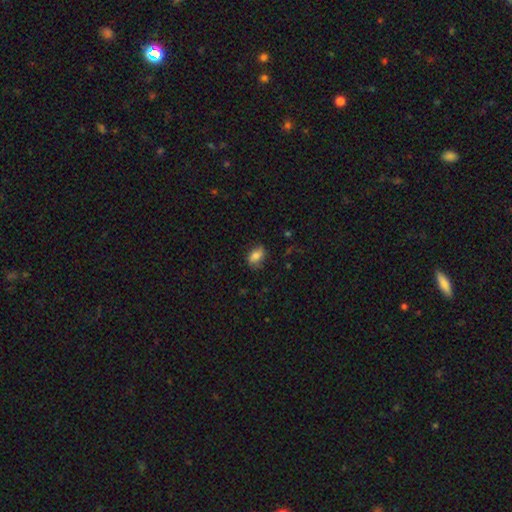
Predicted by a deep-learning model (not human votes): Smooth or featured? Predicted: smooth (p=0.79). How rounded? Predicted: in between (p=0.85). Merging? Predicted: none (p=0.71).